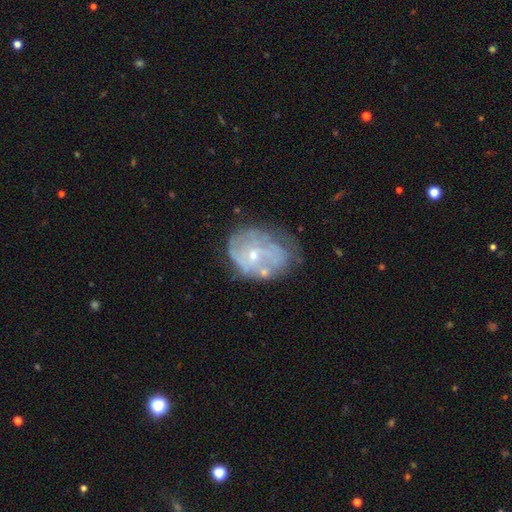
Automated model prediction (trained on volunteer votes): This appears to be a featured or disk galaxy (69%) with no bar (78%), spiral arms (61%) and a small central bulge (71%). Merging: none (54%).